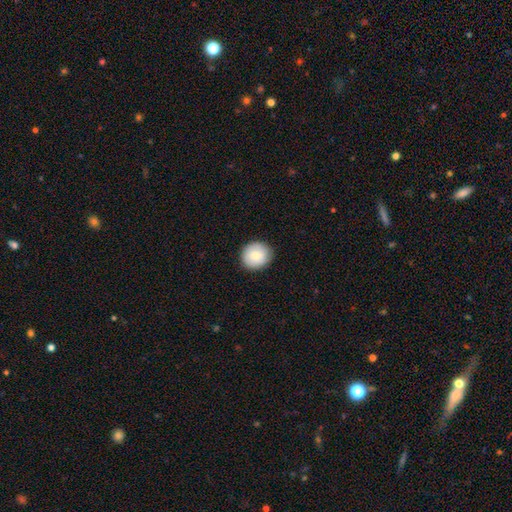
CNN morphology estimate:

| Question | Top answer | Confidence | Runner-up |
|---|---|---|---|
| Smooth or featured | smooth | 79% | featured or disk (14%) |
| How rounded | round | 83% | in between (16%) |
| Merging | none | 88% | minor disturbance (9%) |